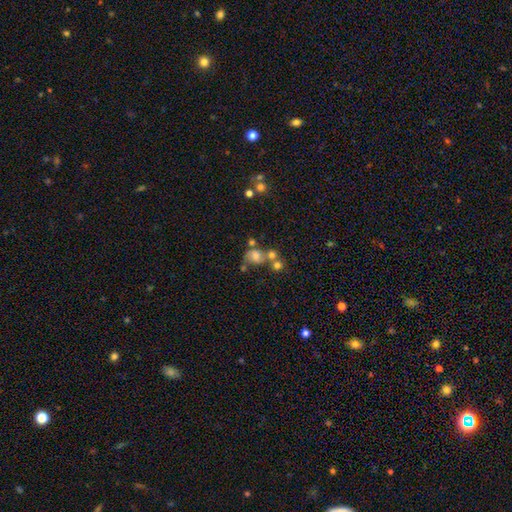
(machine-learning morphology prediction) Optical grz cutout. It shows a smooth galaxy with no disk features (53%) that is round (62%). Merging: merger (38%).